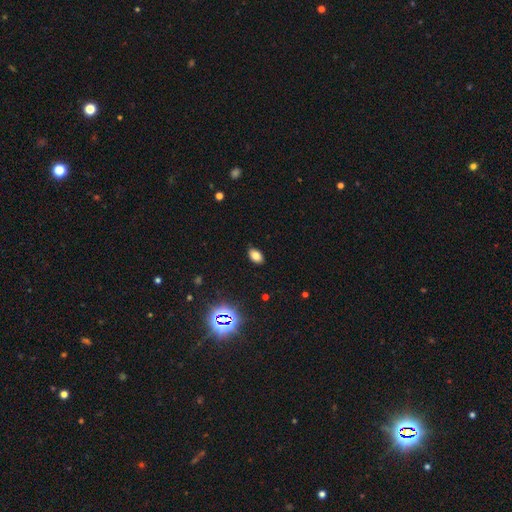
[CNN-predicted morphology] This appears to be a smooth galaxy with no disk features (77%) that is in between round and cigar-shaped (88%). Merging: none (87%).